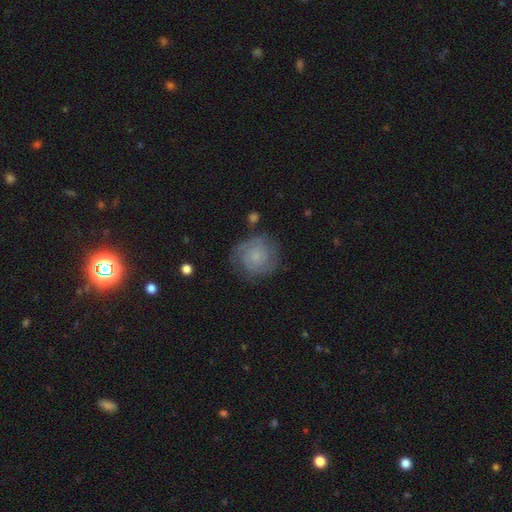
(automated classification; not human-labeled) This is likely a featured or disk galaxy (65%). It is clearly not viewed edge-on (98%). Bar: likely no (73%). Spiral arm pattern: clearly yes (93%). Spiral arm count: possibly 2 (54%). Spiral winding: likely tight (64%). Central bulge: possibly small (58%). Merging: likely none (73%).